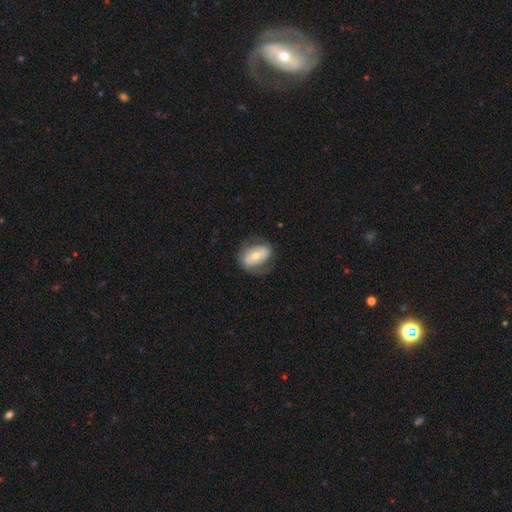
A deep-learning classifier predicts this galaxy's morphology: Q: Smooth or featured?
A: featured or disk (51%); runner-up: smooth (43%)
Q: Edge-on disk?
A: no (94%); runner-up: yes (6%)
Q: Merging?
A: none (66%); runner-up: minor disturbance (20%)